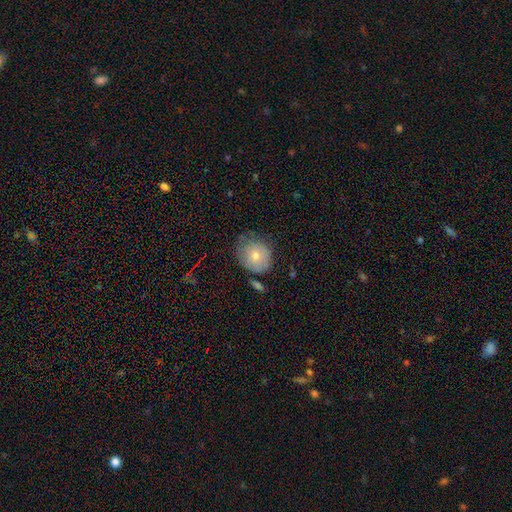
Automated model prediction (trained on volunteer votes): Smooth or featured: smooth — 66% (featured or disk — 24%)
How rounded: round — 77% (in between — 22%)
Merging: none — 60% (minor disturbance — 28%)